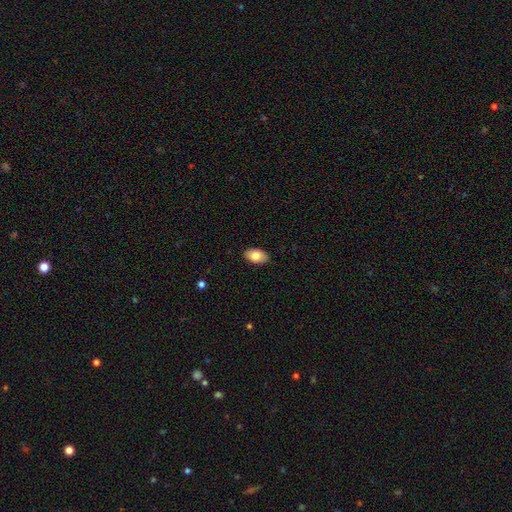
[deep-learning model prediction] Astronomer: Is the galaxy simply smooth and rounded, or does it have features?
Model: smooth — 81%.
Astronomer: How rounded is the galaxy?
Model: in between — 92%.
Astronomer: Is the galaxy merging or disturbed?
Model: none — 88%.